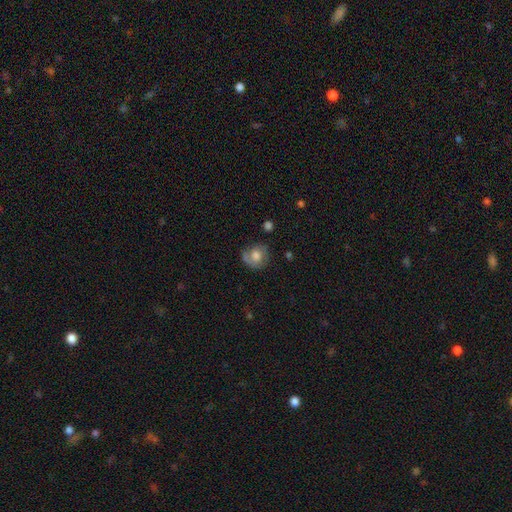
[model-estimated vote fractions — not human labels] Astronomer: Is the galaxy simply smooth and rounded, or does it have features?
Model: smooth — 48% (runner-up: featured or disk, 43%).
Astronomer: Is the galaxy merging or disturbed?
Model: none — 58%.